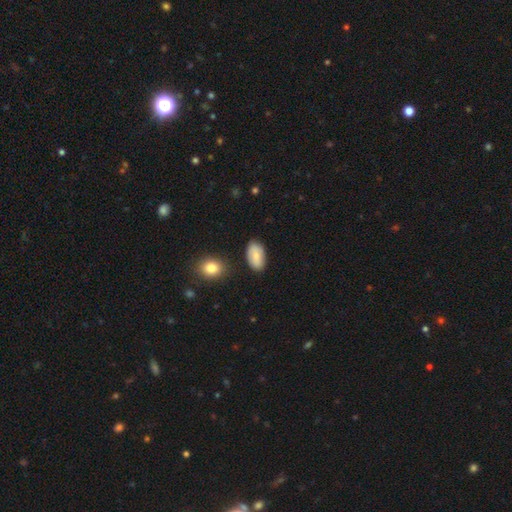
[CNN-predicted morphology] smooth-or-featured: smooth: 79% | featured or disk: 14% | star or artifact: 7%
  how-rounded: in between: 94% | round: 4% | cigar-shaped: 2%
  merging: none: 82% | minor disturbance: 13% | merger: 3% | major disturbance: 3%